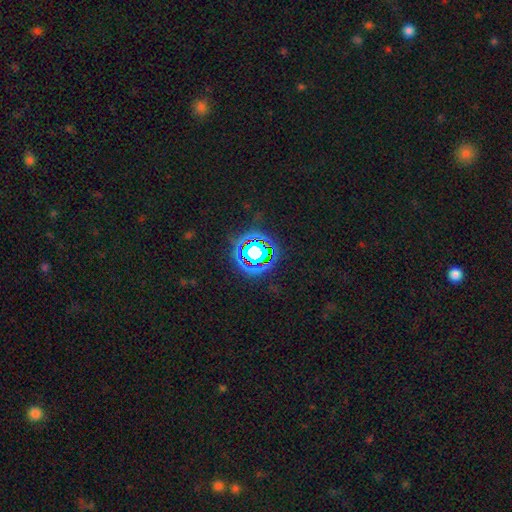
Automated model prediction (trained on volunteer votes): star or artifact 79%, smooth 14%, featured or disk 7%.